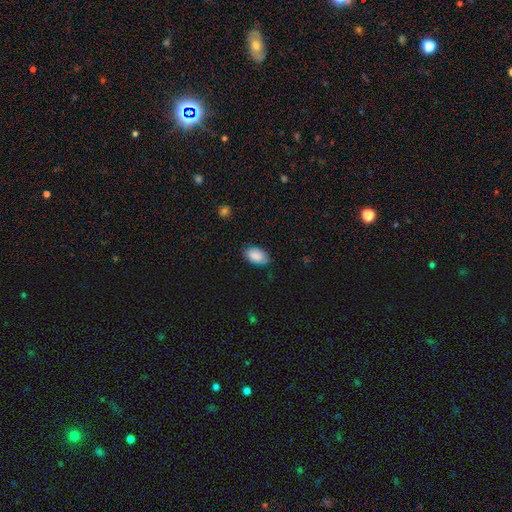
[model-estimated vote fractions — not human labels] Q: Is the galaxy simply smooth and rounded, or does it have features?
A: smooth — 86%.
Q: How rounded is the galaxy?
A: in between — 92%.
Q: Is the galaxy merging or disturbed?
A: none — 73%.